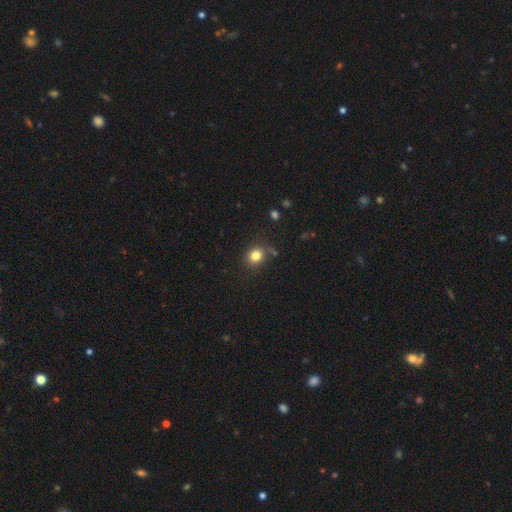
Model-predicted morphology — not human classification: smooth-or-featured: smooth: 81% | star or artifact: 12% | featured or disk: 6%
  how-rounded: round: 73% | in between: 26% | cigar-shaped: 1%
  merging: none: 78% | minor disturbance: 12% | merger: 5% | major disturbance: 4%